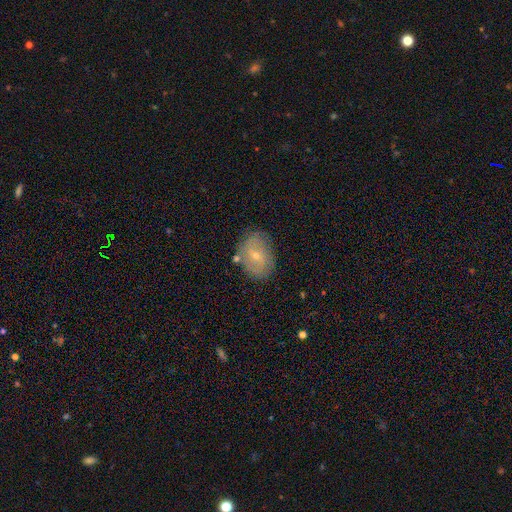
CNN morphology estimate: Smooth or featured?
  - smooth: 46% *
  - featured or disk: 45%
  - star or artifact: 9%
Merging?
  - none: 73% *
  - minor disturbance: 18%
  - major disturbance: 5%
  - merger: 4%